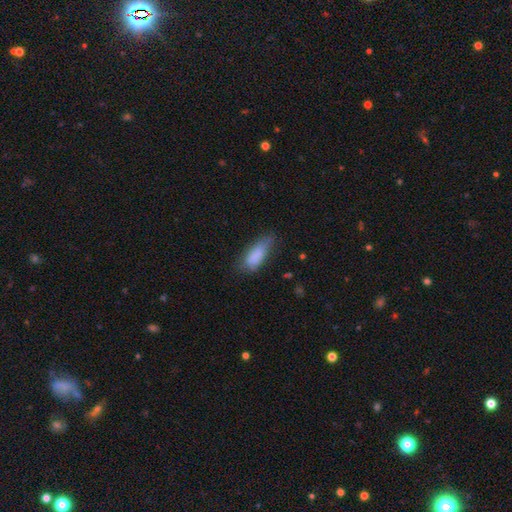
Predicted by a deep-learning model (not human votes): smooth_or_featured: smooth (p=0.82) [alt: featured or disk p=0.10]
how_rounded: in between (p=0.72) [alt: cigar-shaped p=0.26]
merging: none (p=0.48) [alt: minor disturbance p=0.36]